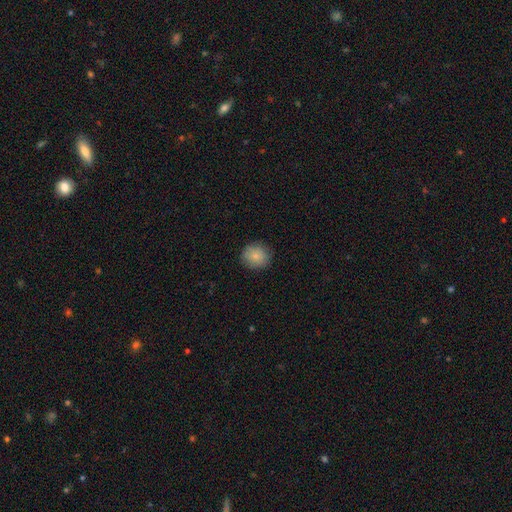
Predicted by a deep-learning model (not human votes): smooth-or-featured: smooth: 83% | star or artifact: 9% | featured or disk: 8%
  how-rounded: round: 85% | in between: 14% | cigar-shaped: 1%
  merging: none: 86% | minor disturbance: 10% | major disturbance: 3% | merger: 1%